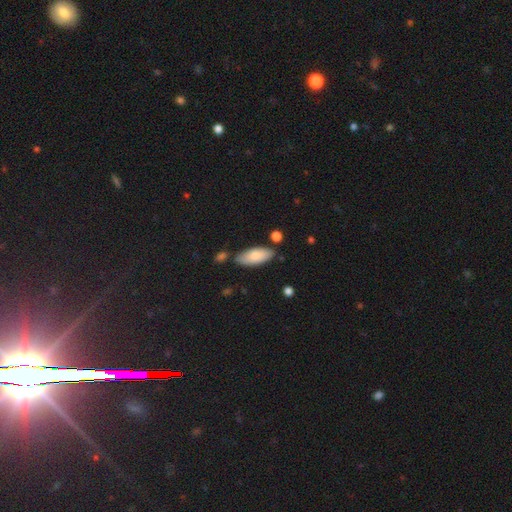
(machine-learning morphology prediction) Overall: smooth (82%). How rounded: in between (83%). Merging: none (76%).